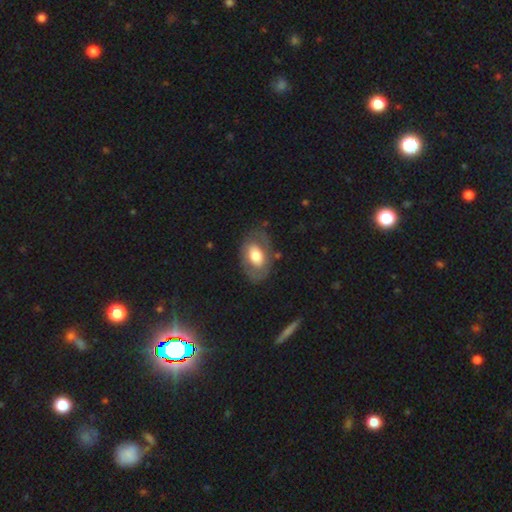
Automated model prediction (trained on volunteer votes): Smooth or featured? Predicted: smooth (p=0.51). How rounded? Predicted: in between (p=0.85). Merging? Predicted: none (p=0.70).